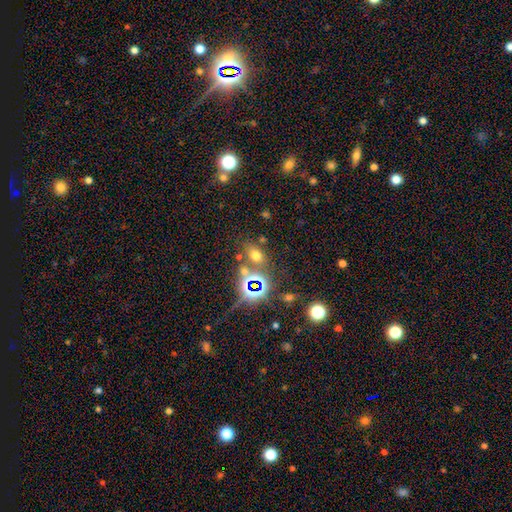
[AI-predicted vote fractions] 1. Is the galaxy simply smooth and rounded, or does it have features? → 56% smooth, 34% star or artifact, 11% featured or disk.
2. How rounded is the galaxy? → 69% in between, 28% round, 3% cigar-shaped.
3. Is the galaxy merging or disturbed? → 68% none, 15% merger, 11% minor disturbance, 6% major disturbance.